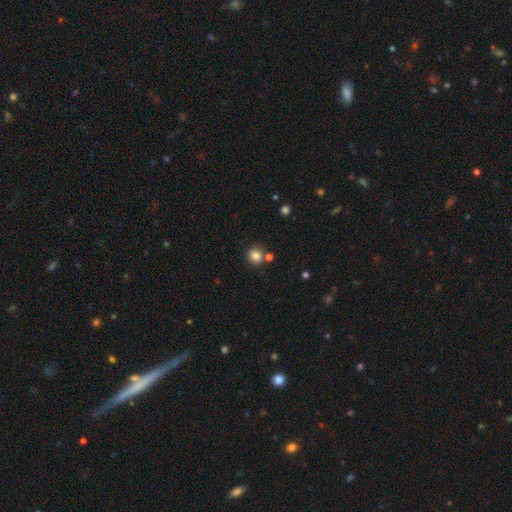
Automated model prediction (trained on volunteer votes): A smooth galaxy with no disk features (83%) that is round (91%).

Vote fractions:
- Smooth or featured? smooth: 83% / star or artifact: 12% / featured or disk: 6%
- How rounded? round: 91% / in between: 9% / cigar-shaped: 1%
- Merging? none: 73% / merger: 15% / minor disturbance: 9% / major disturbance: 3%